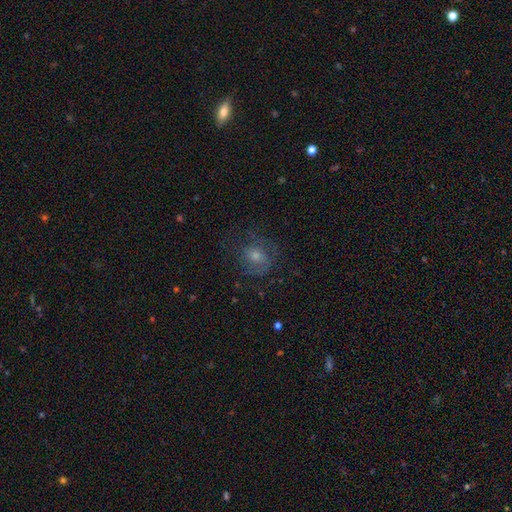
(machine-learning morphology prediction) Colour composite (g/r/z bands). It shows a featured or disk galaxy (49%). Merging: none (67%).